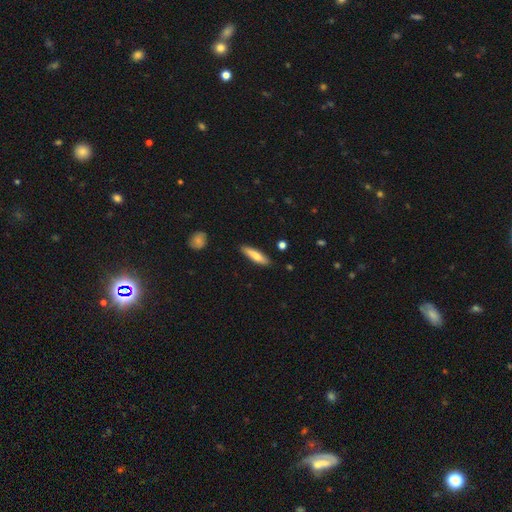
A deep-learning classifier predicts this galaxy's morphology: Overall: smooth (76%). How rounded: cigar-shaped (74%). Merging: none (85%).